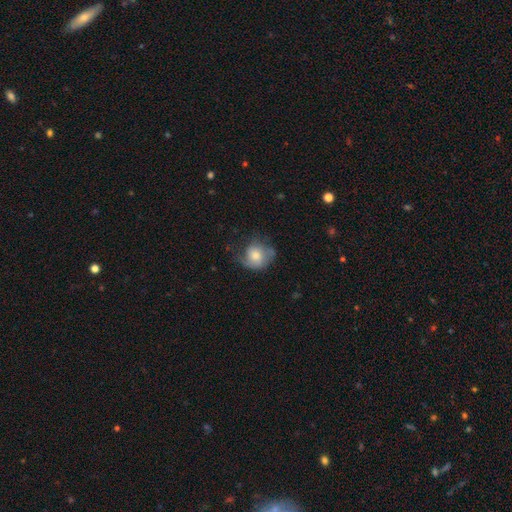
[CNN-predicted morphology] smooth_or_featured: smooth (p=0.67) [alt: featured or disk p=0.25]
how_rounded: round (p=0.73) [alt: in between p=0.26]
merging: none (p=0.42) [alt: minor disturbance p=0.32]